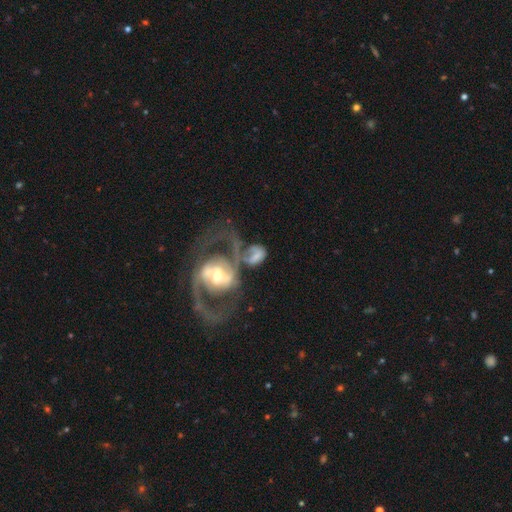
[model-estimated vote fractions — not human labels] The model was most divided on "bar": weak: 36%, strong: 33%, no: 31%. Remaining: edge-on disk — no (94%); spiral arms — yes (77%); smooth or featured — featured or disk (64%); bulge size — moderate (47%); merging — merger (42%).